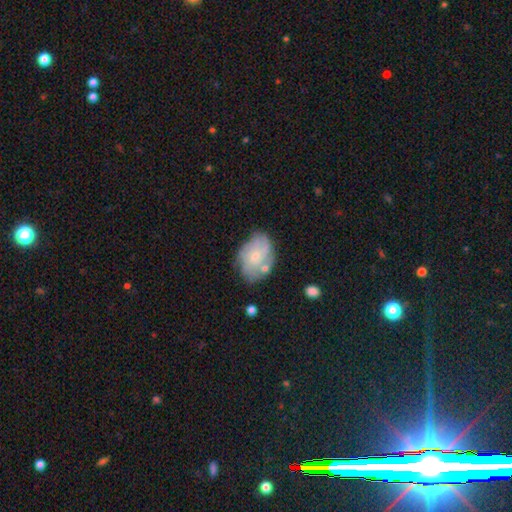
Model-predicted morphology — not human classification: smooth_or_featured: featured or disk (p=0.54) [alt: smooth p=0.38]
disk_edge_on: no (p=0.97) [alt: yes p=0.03]
bar: no (p=0.75) [alt: weak p=0.22]
has_spiral_arms: yes (p=0.75) [alt: no p=0.25]
bulge_size: small (p=0.64) [alt: moderate p=0.28]
merging: none (p=0.57) [alt: minor disturbance p=0.26]